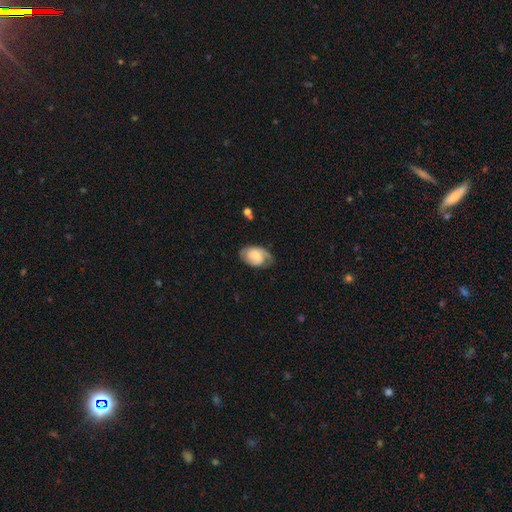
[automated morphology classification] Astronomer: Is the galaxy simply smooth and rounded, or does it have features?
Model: featured or disk — 52% (runner-up: smooth, 40%).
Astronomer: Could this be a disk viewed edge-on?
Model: no — 96%.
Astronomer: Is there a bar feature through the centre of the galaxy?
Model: no — 54% (runner-up: weak, 36%).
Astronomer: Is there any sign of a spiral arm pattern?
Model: yes — 87%.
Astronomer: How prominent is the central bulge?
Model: small — 35% (runner-up: none, 25%).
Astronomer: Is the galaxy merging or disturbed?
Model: none — 59%.